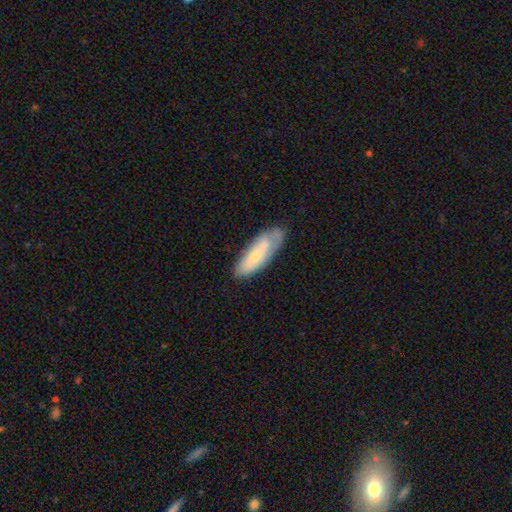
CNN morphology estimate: Overall: smooth (55%; featured or disk 38%). How rounded: in between (61%; cigar-shaped 37%). Merging: none (62%; minor disturbance 28%).